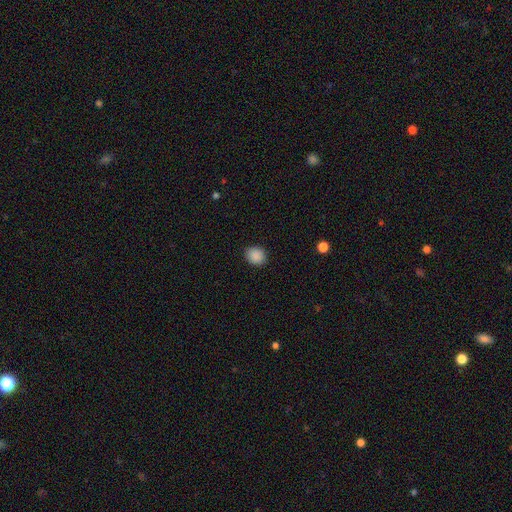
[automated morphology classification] The model was most divided on "how rounded": round: 66%, in between: 33%, cigar-shaped: 1%. More confident: merging — none (90%); smooth or featured — smooth (89%).